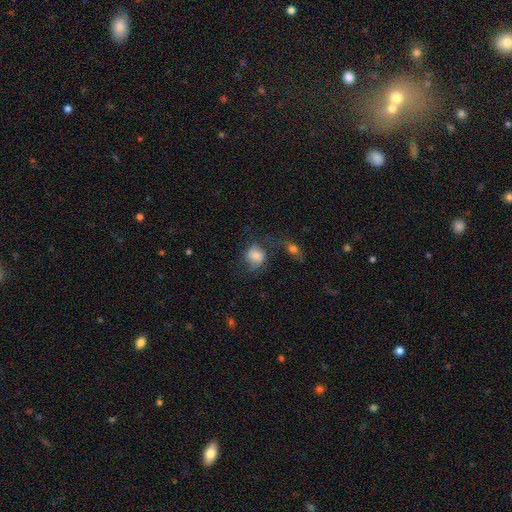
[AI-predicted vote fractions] Smooth or featured: smooth — 69% (featured or disk — 21%)
How rounded: round — 66% (in between — 33%)
Merging: none — 43% (minor disturbance — 23%)